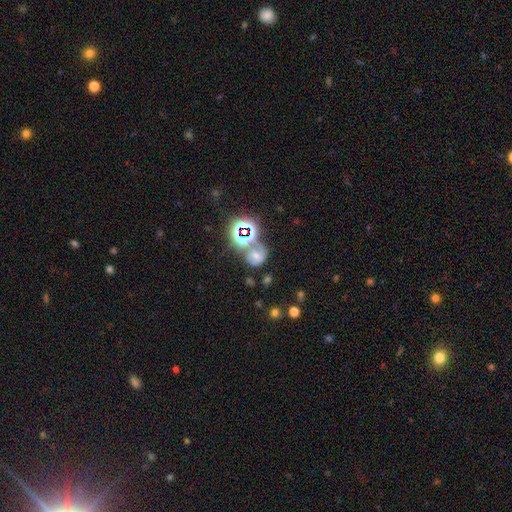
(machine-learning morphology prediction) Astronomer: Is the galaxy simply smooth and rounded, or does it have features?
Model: smooth — 40% (runner-up: star or artifact, 34%).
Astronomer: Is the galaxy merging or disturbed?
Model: none — 48% (runner-up: merger, 24%).